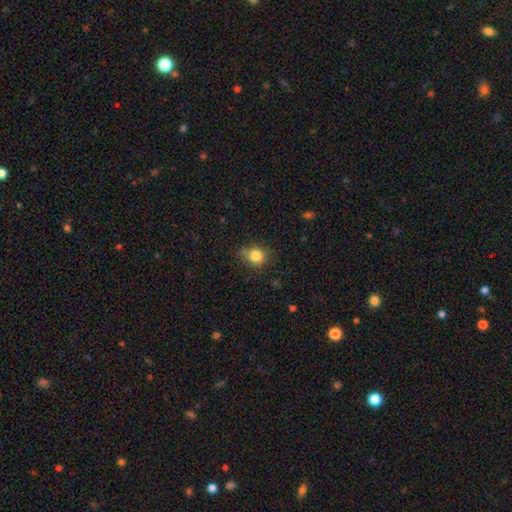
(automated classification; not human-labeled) smooth 82%, star or artifact 11%, featured or disk 7%. Down the decision tree: how rounded — round (75%); merging — none (67%).